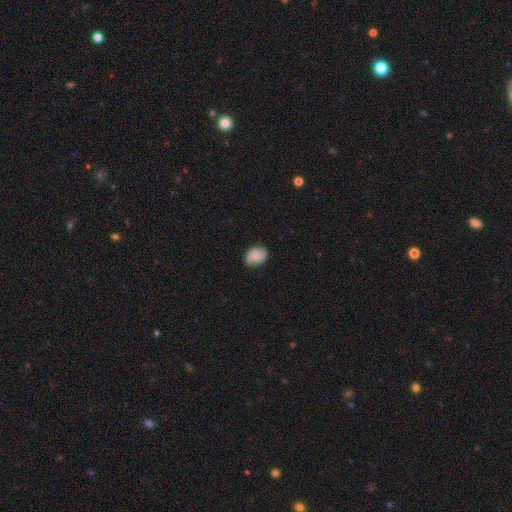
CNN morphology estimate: Q: Smooth or featured?
A: smooth (59%); runner-up: featured or disk (33%)
Q: How rounded?
A: in between (63%); runner-up: round (36%)
Q: Merging?
A: none (80%); runner-up: minor disturbance (15%)